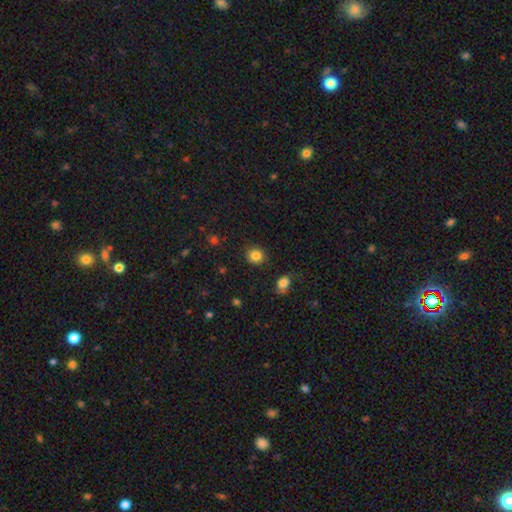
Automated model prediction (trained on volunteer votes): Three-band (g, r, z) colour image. It shows a smooth galaxy with no disk features (85%) that is round (83%). Merging: none (88%).